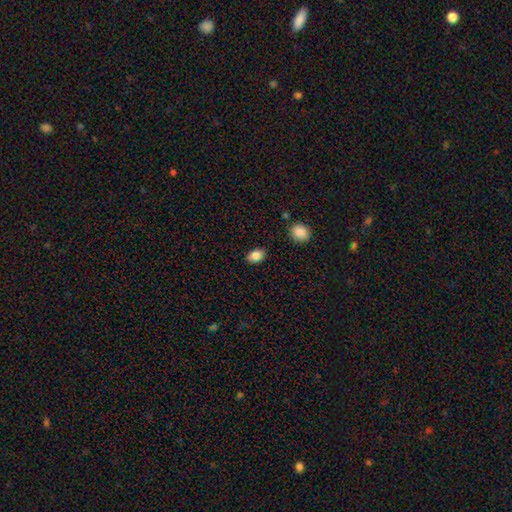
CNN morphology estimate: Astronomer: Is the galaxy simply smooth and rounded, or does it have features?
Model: smooth — 85%.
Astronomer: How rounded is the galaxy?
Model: in between — 82%.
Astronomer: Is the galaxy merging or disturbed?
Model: none — 87%.